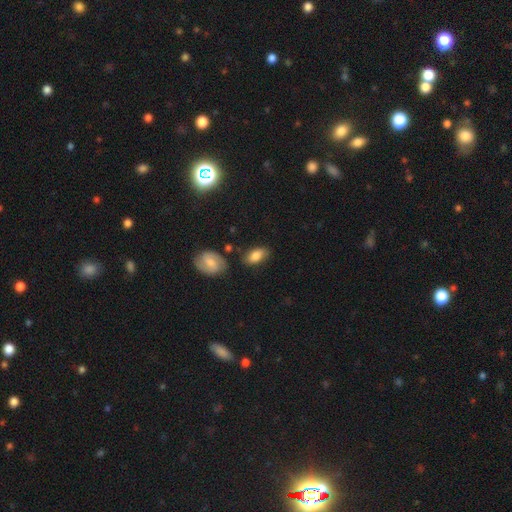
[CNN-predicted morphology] Smooth or featured?
  - smooth: 80% *
  - featured or disk: 13%
  - star or artifact: 7%
How rounded?
  - in between: 91% *
  - round: 6%
  - cigar-shaped: 3%
Merging?
  - none: 75% *
  - minor disturbance: 17%
  - merger: 5%
  - major disturbance: 4%